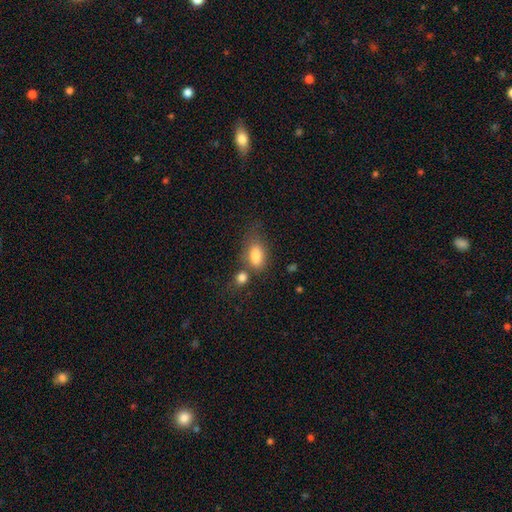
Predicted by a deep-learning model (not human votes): Smooth or featured: smooth — 83% (featured or disk — 9%)
How rounded: in between — 87% (round — 9%)
Merging: none — 46% (merger — 25%)